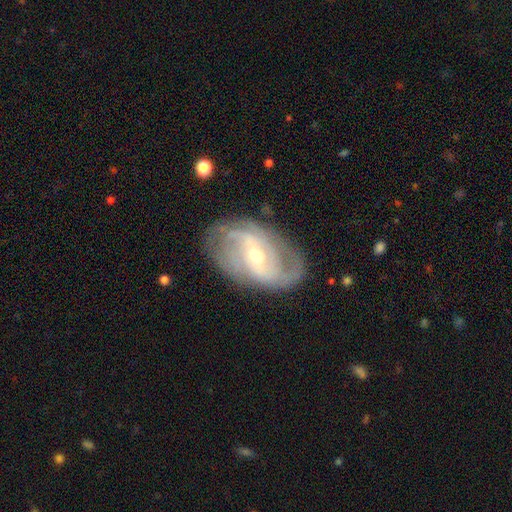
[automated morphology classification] Smooth or featured? featured or disk (86%)
Edge-on disk? no (96%)
Bar? weak (46%)
Spiral arms? yes (93%)
Spiral winding? medium (43%)
Spiral arm count? 2 (55%)
Bulge size? small (54%)
Merging? none (75%)